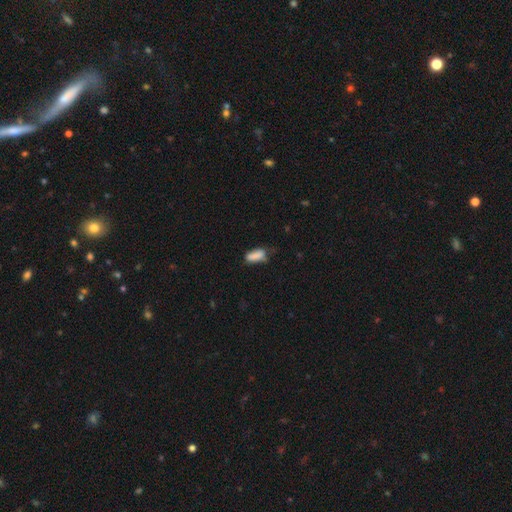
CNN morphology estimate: This is clearly a smooth galaxy (83%). How rounded: likely in between (71%). Merging: possibly none (50%).